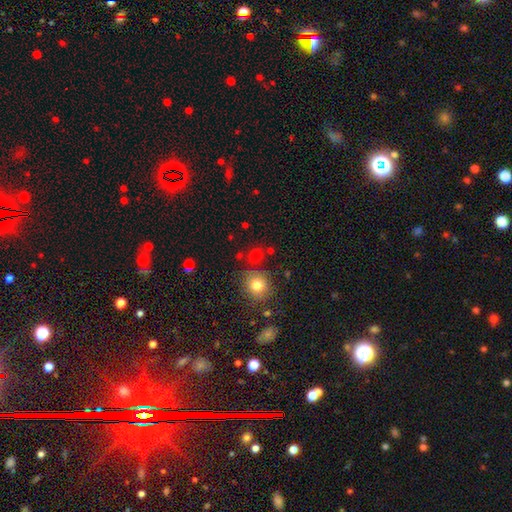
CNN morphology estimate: smooth 76%, star or artifact 17%, featured or disk 7%. Down the decision tree: how rounded — round (84%); merging — none (79%).